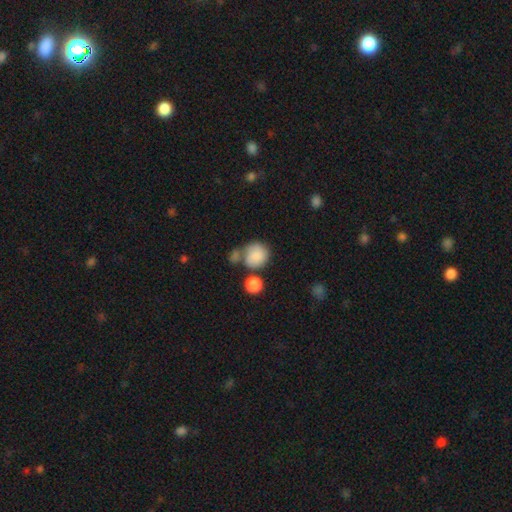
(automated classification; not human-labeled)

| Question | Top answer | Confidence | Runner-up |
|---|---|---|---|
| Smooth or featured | smooth | 84% | featured or disk (8%) |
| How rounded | round | 76% | in between (23%) |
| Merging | none | 46% | merger (28%) |